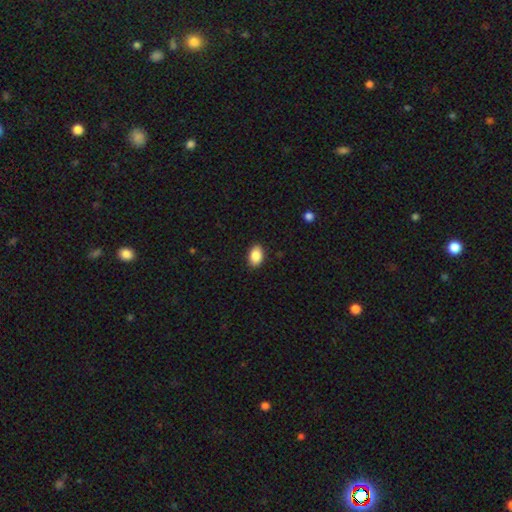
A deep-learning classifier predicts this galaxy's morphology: The model was most divided on "how rounded": in between: 89%, round: 10%, cigar-shaped: 1%. More confident: merging — none (89%); smooth or featured — smooth (88%).